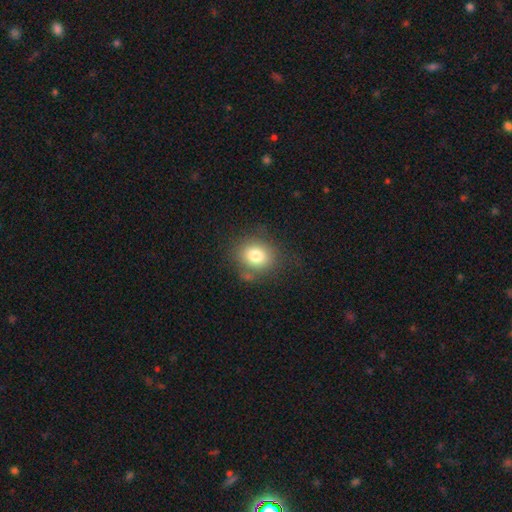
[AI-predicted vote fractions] Smooth or featured: smooth — 79% (star or artifact — 11%)
How rounded: round — 66% (in between — 34%)
Merging: none — 75% (minor disturbance — 16%)